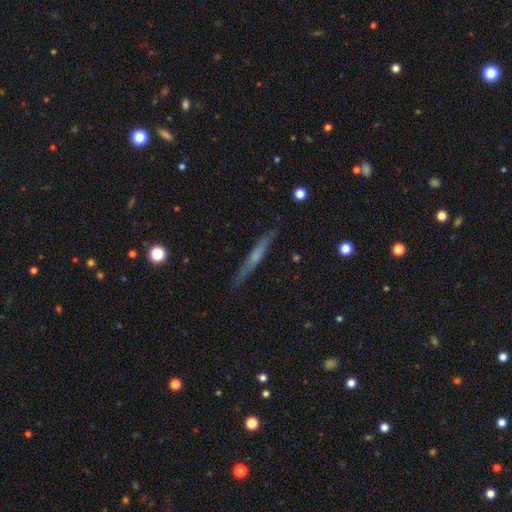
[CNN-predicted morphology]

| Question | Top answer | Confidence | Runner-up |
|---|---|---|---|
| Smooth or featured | featured or disk | 53% | smooth (41%) |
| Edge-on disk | yes | 95% | no (5%) |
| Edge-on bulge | none | 57% | rounded (33%) |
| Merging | none | 87% | minor disturbance (9%) |